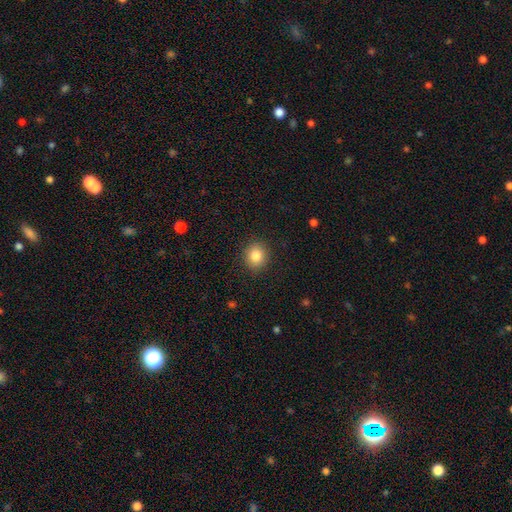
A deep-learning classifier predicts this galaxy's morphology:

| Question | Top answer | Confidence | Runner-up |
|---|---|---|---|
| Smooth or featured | smooth | 84% | star or artifact (10%) |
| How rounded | round | 78% | in between (21%) |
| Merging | none | 89% | minor disturbance (7%) |